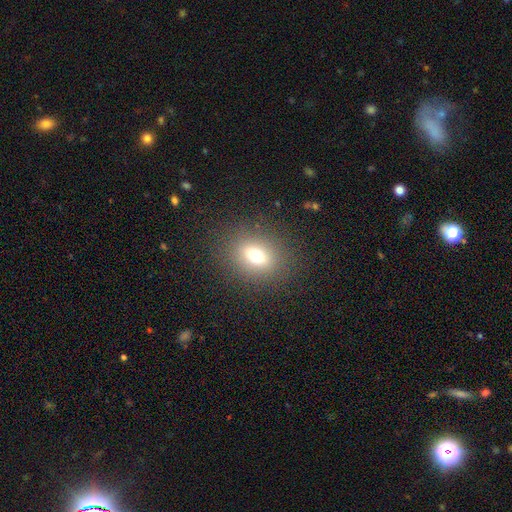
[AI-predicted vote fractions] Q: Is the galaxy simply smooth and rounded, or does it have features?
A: smooth — 69%.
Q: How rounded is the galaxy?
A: in between — 55%.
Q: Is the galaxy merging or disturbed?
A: none — 86%.